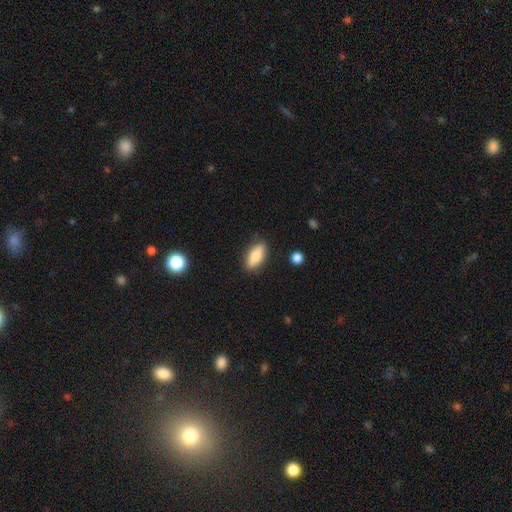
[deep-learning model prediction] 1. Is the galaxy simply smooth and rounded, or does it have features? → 74% smooth, 20% featured or disk, 6% star or artifact.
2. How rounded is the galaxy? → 70% in between, 27% cigar-shaped, 3% round.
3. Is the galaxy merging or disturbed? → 87% none, 9% minor disturbance, 2% major disturbance, 1% merger.